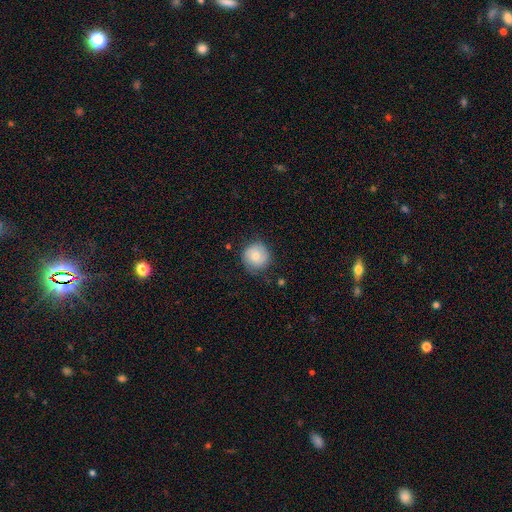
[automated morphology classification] This appears to be a smooth galaxy with no disk features (62%) that is round (92%). Merging: none (72%).